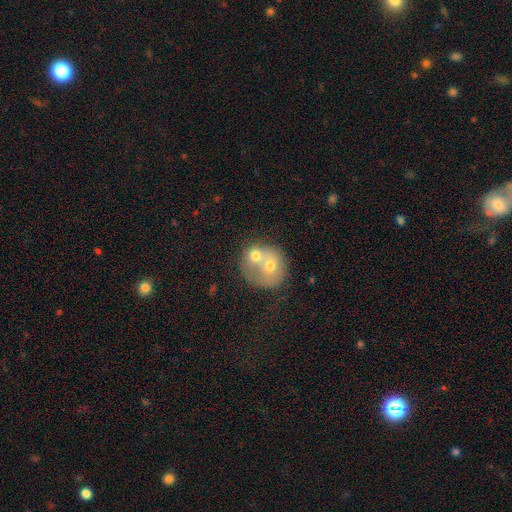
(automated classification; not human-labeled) smooth_or_featured: smooth (p=0.59) [alt: featured or disk p=0.33]
how_rounded: round (p=0.72) [alt: in between p=0.27]
merging: merger (p=0.75) [alt: none p=0.15]